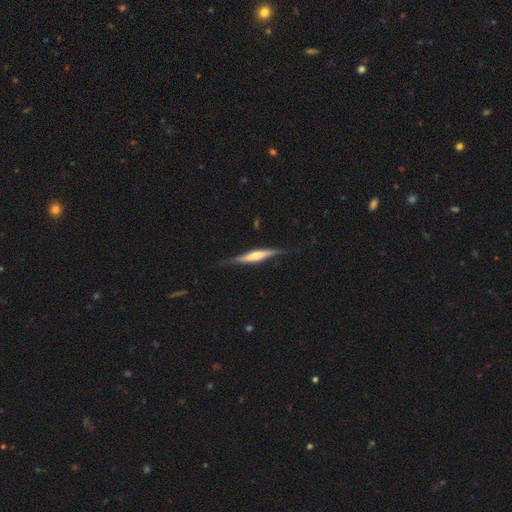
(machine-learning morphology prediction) The model was most divided on "smooth or featured": featured or disk: 63%, smooth: 32%, star or artifact: 5%. More confident: edge-on disk — yes (96%); merging — none (79%); edge-on bulge — rounded (57%).